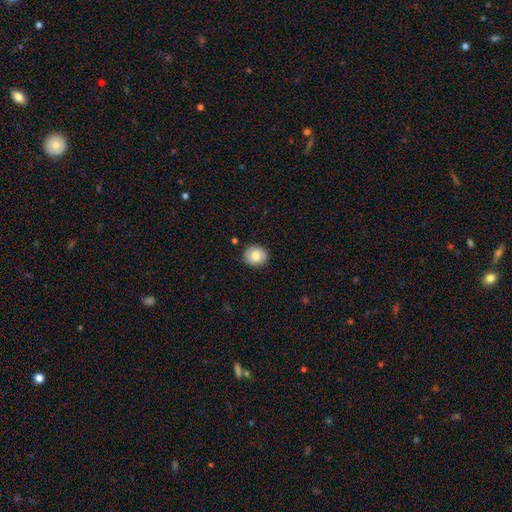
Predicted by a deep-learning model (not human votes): smooth_or_featured: smooth (p=0.79) [alt: featured or disk p=0.12]
how_rounded: round (p=0.78) [alt: in between p=0.21]
merging: none (p=0.88) [alt: minor disturbance p=0.09]